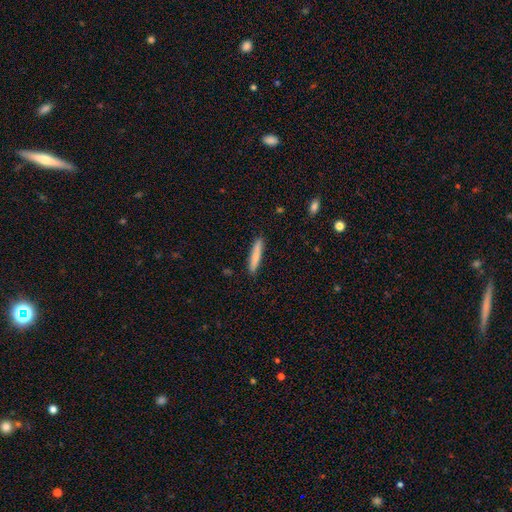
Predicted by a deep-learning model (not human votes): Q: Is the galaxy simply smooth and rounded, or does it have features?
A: smooth — 78%.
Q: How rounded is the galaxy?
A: cigar-shaped — 91%.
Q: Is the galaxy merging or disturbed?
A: none — 90%.